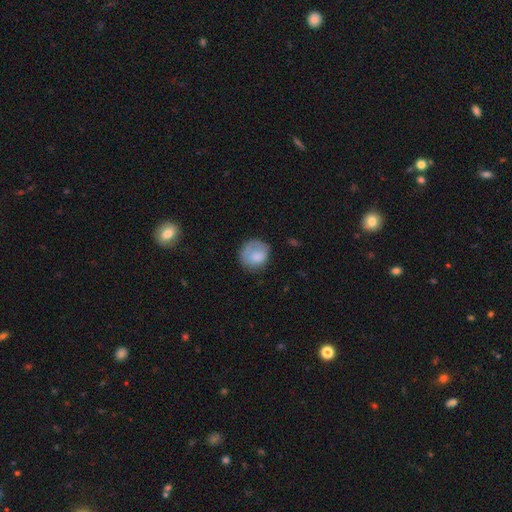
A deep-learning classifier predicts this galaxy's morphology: Smooth or featured: smooth — 77% (featured or disk — 15%)
How rounded: round — 81% (in between — 18%)
Merging: none — 57% (minor disturbance — 25%)